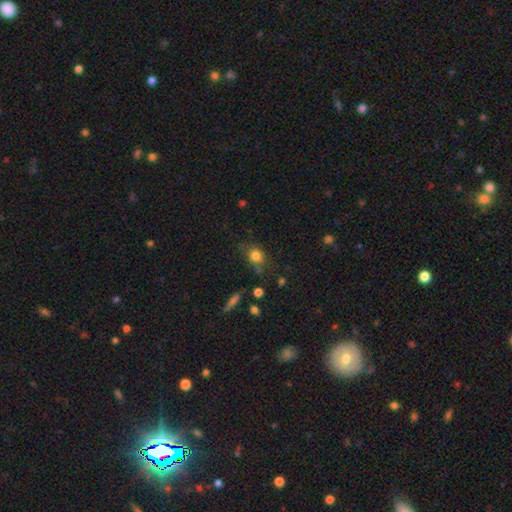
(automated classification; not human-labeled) A smooth galaxy with no disk features (80%) that is round (60%).

Vote fractions:
- Smooth or featured? smooth: 80% / star or artifact: 11% / featured or disk: 8%
- How rounded? round: 60% / in between: 38% / cigar-shaped: 2%
- Merging? none: 67% / minor disturbance: 20% / major disturbance: 7% / merger: 6%